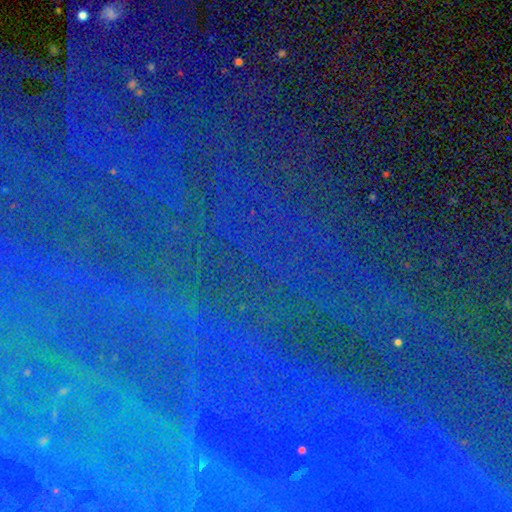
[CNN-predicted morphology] A star or artifact, not a galaxy (79%).

Vote fractions:
- Smooth or featured? star or artifact: 79% / featured or disk: 12% / smooth: 10%